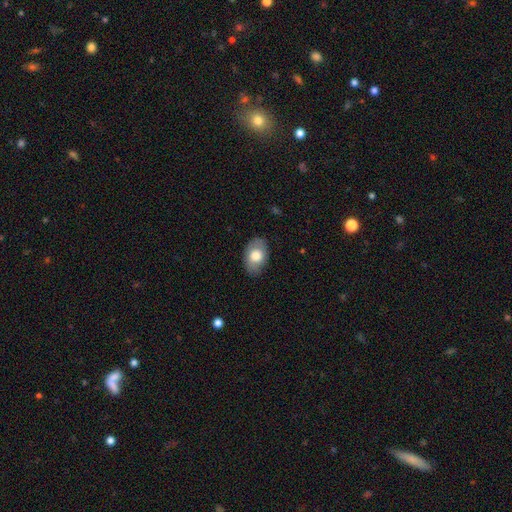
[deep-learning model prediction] A smooth galaxy with no disk features (73%) that is in between round and cigar-shaped (87%).

Vote fractions:
- Smooth or featured? smooth: 73% / featured or disk: 21% / star or artifact: 7%
- How rounded? in between: 87% / round: 12% / cigar-shaped: 1%
- Merging? none: 81% / minor disturbance: 14% / major disturbance: 3% / merger: 1%